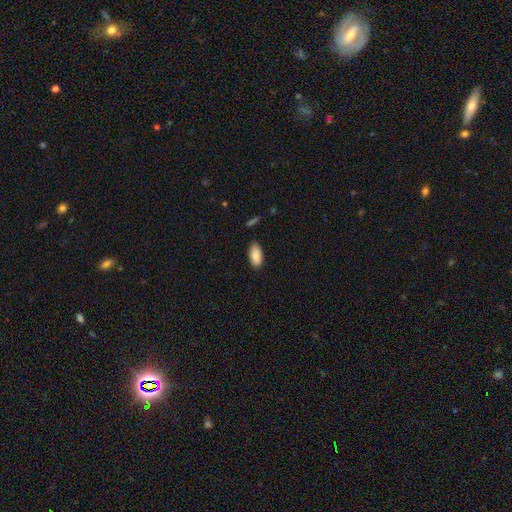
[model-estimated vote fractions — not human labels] A smooth galaxy with no disk features (88%) that is in between round and cigar-shaped (93%).

Vote fractions:
- Smooth or featured? smooth: 88% / star or artifact: 6% / featured or disk: 6%
- How rounded? in between: 93% / cigar-shaped: 5% / round: 2%
- Merging? none: 85% / minor disturbance: 10% / major disturbance: 2% / merger: 2%